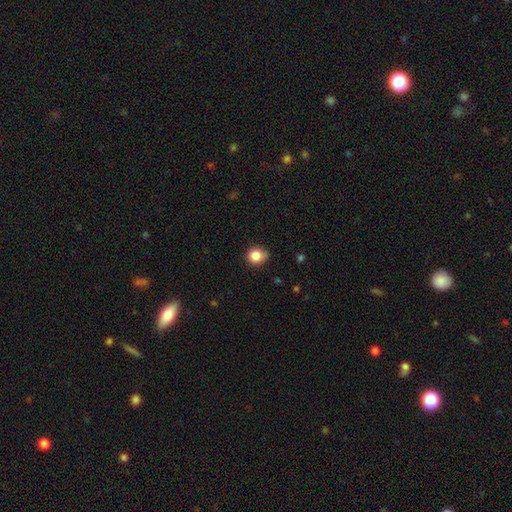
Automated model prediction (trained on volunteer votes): A smooth galaxy with no disk features (85%) that is round (84%).

Vote fractions:
- Smooth or featured? smooth: 85% / star or artifact: 10% / featured or disk: 5%
- How rounded? round: 84% / in between: 15% / cigar-shaped: 1%
- Merging? none: 75% / minor disturbance: 20% / major disturbance: 3% / merger: 1%